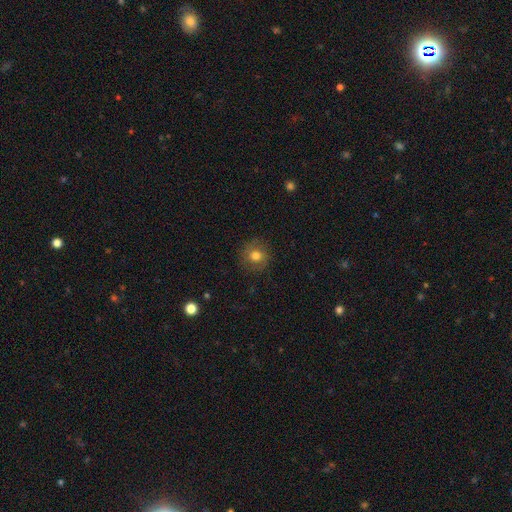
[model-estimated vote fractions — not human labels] Smooth or featured? Predicted: smooth (p=0.74). How rounded? Predicted: round (p=0.90). Merging? Predicted: none (p=0.86).